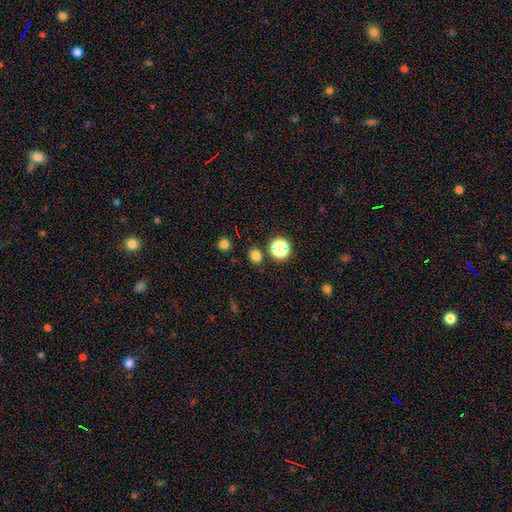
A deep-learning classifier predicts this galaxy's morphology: Smooth or featured: smooth — 73% (star or artifact — 22%)
How rounded: round — 84% (in between — 15%)
Merging: none — 86% (minor disturbance — 8%)